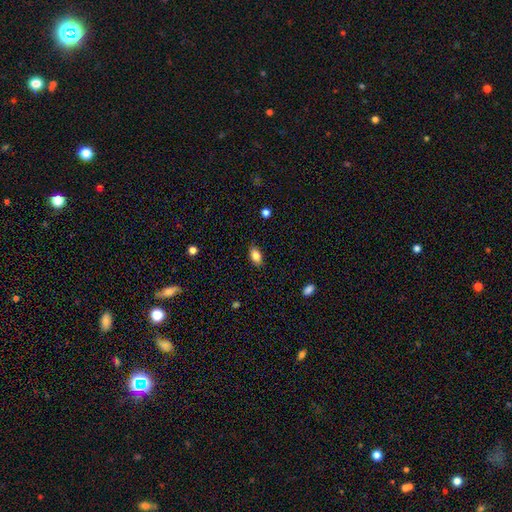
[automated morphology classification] Smooth or featured? Predicted: smooth (p=0.84). How rounded? Predicted: in between (p=0.89). Merging? Predicted: none (p=0.86).